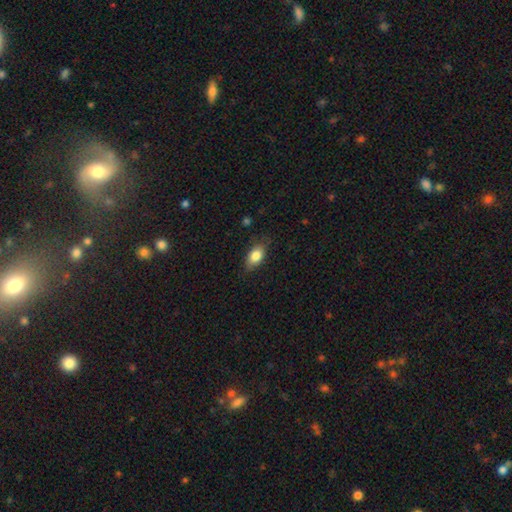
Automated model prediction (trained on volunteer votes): Smooth or featured? smooth (83%)
How rounded? in between (89%)
Merging? none (78%)